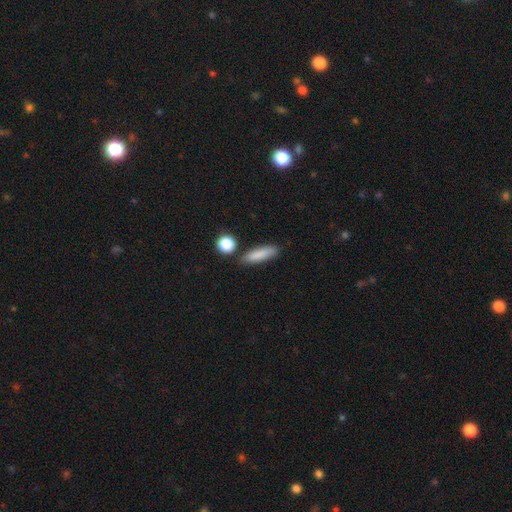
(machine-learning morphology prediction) Q: Smooth or featured?
A: smooth (84%); runner-up: featured or disk (9%)
Q: How rounded?
A: cigar-shaped (64%); runner-up: in between (33%)
Q: Merging?
A: none (78%); runner-up: minor disturbance (13%)